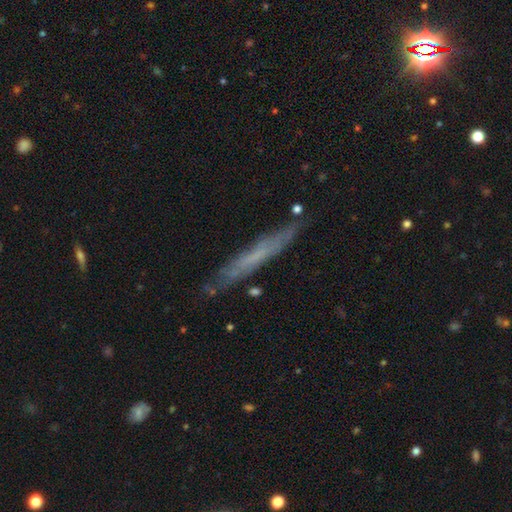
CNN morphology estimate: Smooth or featured?
  - featured or disk: 48% *
  - smooth: 44%
  - star or artifact: 8%
Merging?
  - none: 80% *
  - minor disturbance: 15%
  - major disturbance: 3%
  - merger: 2%